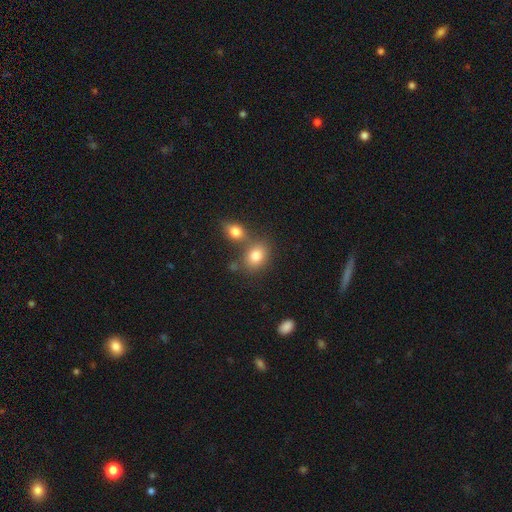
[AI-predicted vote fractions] This appears to be a smooth galaxy with no disk features (79%) that is in between round and cigar-shaped (59%). Merging: none (52%).